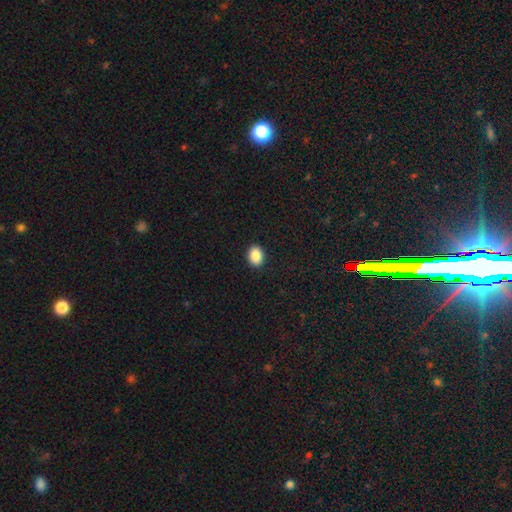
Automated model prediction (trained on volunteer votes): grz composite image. It shows a smooth galaxy with no disk features (89%) that is in between round and cigar-shaped (70%). Merging: none (91%).